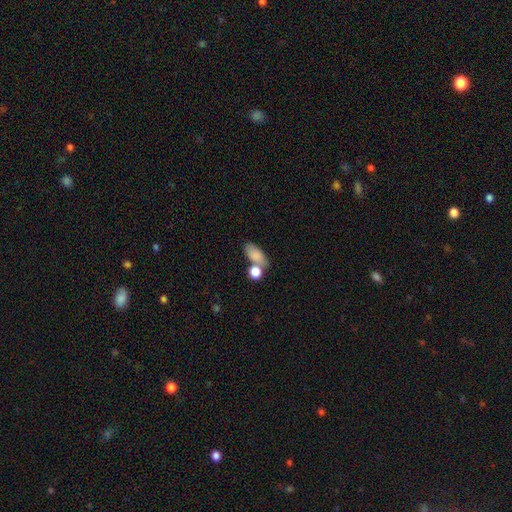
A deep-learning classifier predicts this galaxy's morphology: A smooth galaxy with no disk features (82%) that is in between round and cigar-shaped (84%).

Vote fractions:
- Smooth or featured? smooth: 82% / featured or disk: 9% / star or artifact: 9%
- How rounded? in between: 84% / round: 10% / cigar-shaped: 5%
- Merging? none: 48% / merger: 29% / minor disturbance: 16% / major disturbance: 7%